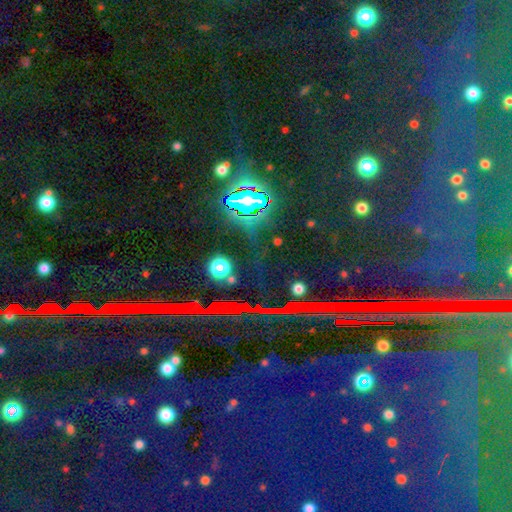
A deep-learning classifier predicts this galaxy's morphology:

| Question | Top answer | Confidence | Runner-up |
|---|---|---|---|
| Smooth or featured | star or artifact | 83% | smooth (9%) |